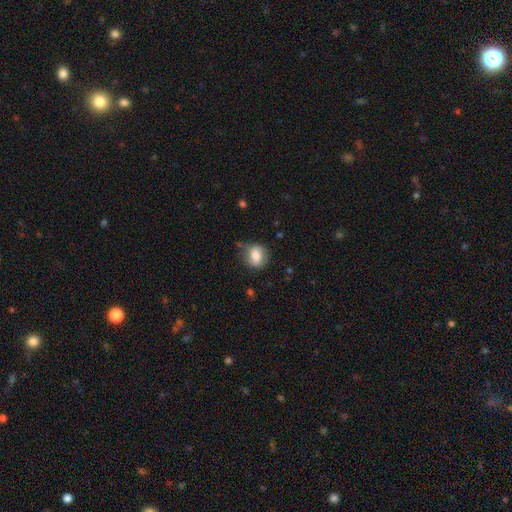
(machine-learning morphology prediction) Smooth or featured? Predicted: smooth (p=0.77). How rounded? Predicted: round (p=0.66). Merging? Predicted: none (p=0.60).